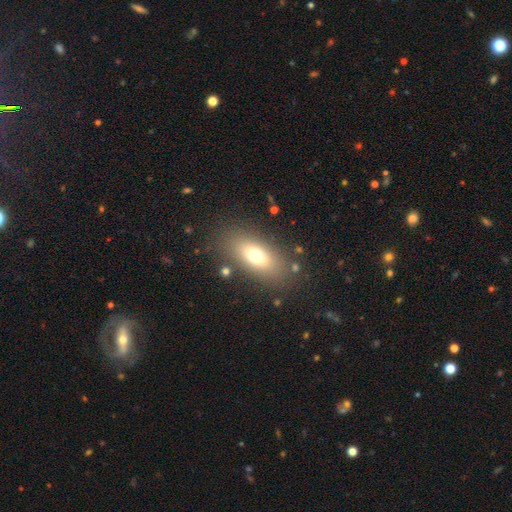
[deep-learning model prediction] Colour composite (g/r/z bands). It shows a smooth galaxy with no disk features (70%) that is in between round and cigar-shaped (80%). Merging: none (83%).